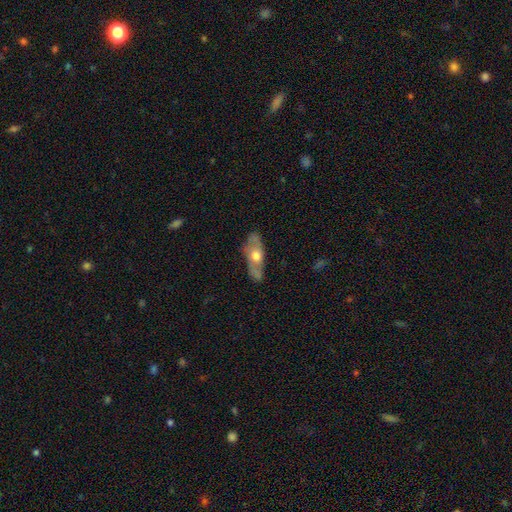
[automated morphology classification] Smooth or featured? Predicted: featured or disk (p=0.59). Edge-on disk? Predicted: no (p=0.65). Merging? Predicted: none (p=0.78).